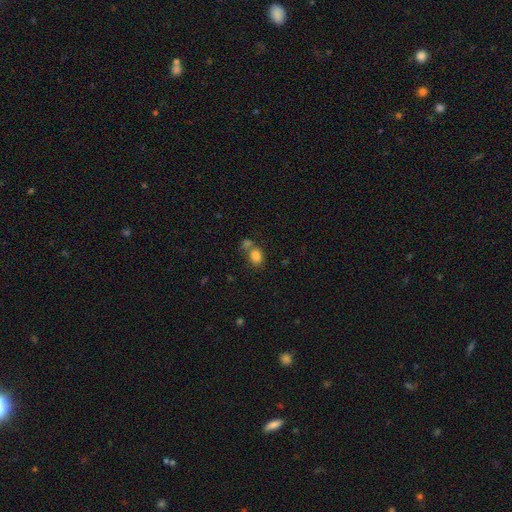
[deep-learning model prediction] smooth 83%, star or artifact 11%, featured or disk 7%. Down the decision tree: how rounded — in between (57%); merging — none (49%).